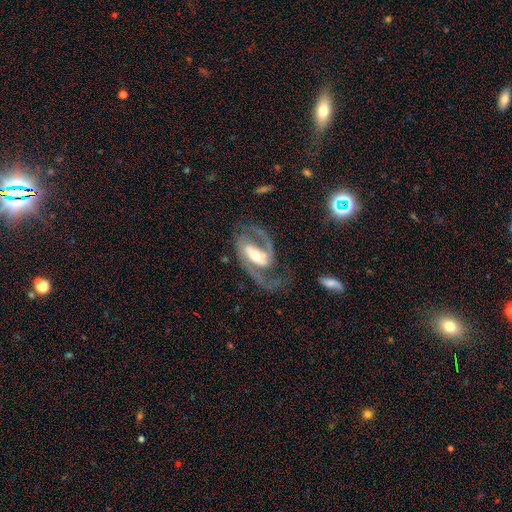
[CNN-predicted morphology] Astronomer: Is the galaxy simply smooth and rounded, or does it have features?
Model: featured or disk — 89%.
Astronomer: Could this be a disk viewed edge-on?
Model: no — 96%.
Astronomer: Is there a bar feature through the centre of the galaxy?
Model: strong — 51% (runner-up: weak, 33%).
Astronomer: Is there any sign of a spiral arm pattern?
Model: yes — 95%.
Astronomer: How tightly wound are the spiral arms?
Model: medium — 56%.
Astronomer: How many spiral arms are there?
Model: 2 — 84%.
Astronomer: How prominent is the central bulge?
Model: moderate — 63%.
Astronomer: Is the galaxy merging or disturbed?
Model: none — 59%.